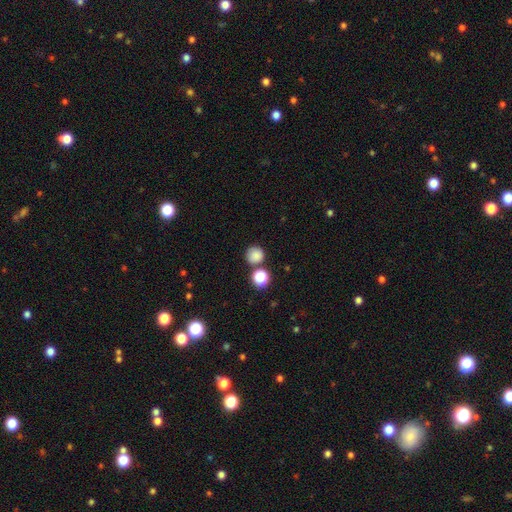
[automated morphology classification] Overall: smooth (82%). How rounded: round (92%). Merging: none (74%).